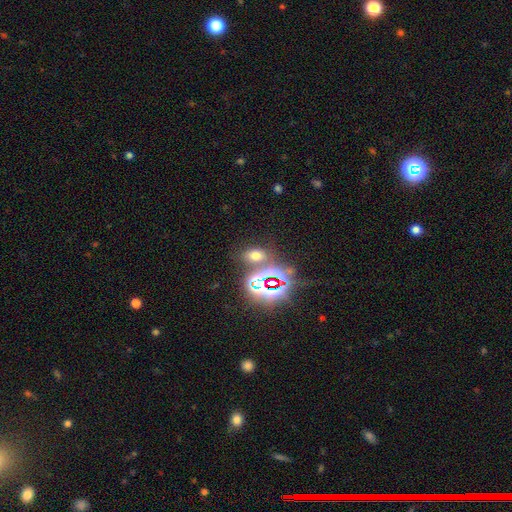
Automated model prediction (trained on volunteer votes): This appears to be a smooth galaxy with no disk features (50%) that is in between round and cigar-shaped (77%). Merging: none (72%).